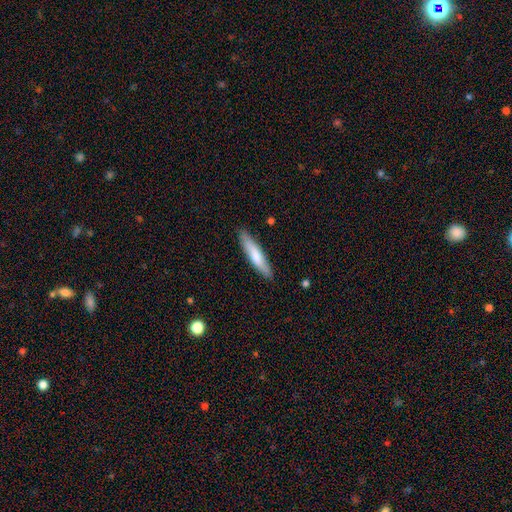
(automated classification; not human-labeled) A smooth galaxy with no disk features (71%) that is cigar-shaped (84%).

Vote fractions:
- Smooth or featured? smooth: 71% / featured or disk: 24% / star or artifact: 5%
- How rounded? cigar-shaped: 84% / in between: 14% / round: 1%
- Merging? none: 88% / minor disturbance: 9% / major disturbance: 2% / merger: 1%